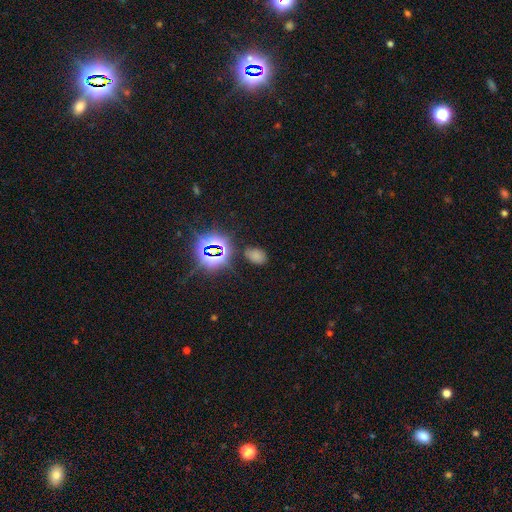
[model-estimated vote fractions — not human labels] This appears to be a smooth galaxy with no disk features (61%) that is in between round and cigar-shaped (83%). Merging: none (79%).